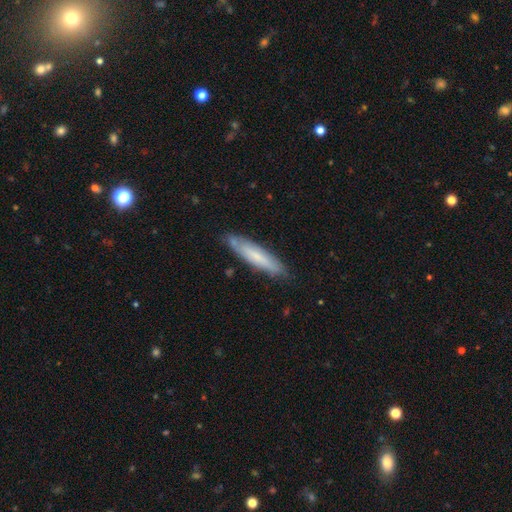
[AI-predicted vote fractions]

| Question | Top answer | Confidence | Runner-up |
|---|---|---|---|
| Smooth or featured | smooth | 61% | featured or disk (32%) |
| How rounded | cigar-shaped | 83% | in between (16%) |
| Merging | none | 82% | minor disturbance (14%) |